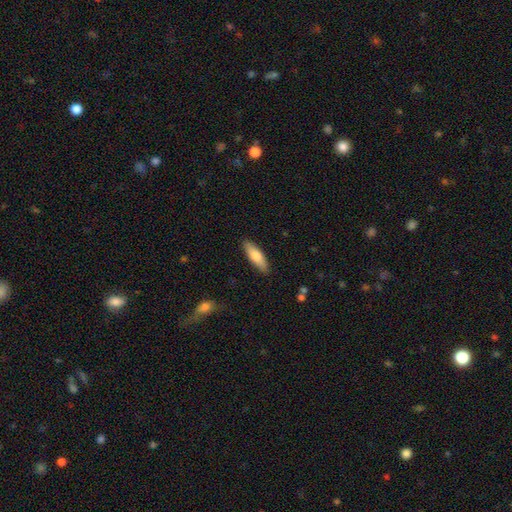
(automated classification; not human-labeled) This is likely a smooth galaxy (77%). How rounded: possibly cigar-shaped (51%). Merging: clearly none (88%).